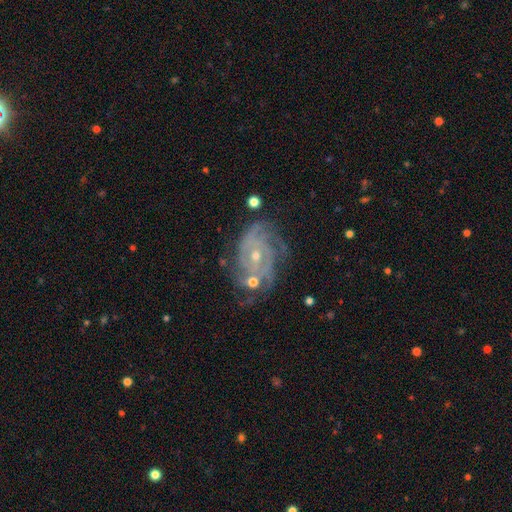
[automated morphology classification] A featured or disk galaxy (86%) with no bar (66%), 3 (26%) tight (69%) spiral arms (97%) and a small central bulge (59%).

Vote fractions:
- Smooth or featured? featured or disk: 86% / star or artifact: 8% / smooth: 6%
- Edge-on disk? no: 97% / yes: 3%
- Bar? no: 66% / weak: 26% / strong: 7%
- Spiral arms? yes: 97% / no: 3%
- Spiral winding? tight: 69% / medium: 26% / loose: 5%
- Spiral arm count? 3: 26% / can't tell: 24% / 4: 18% / 2: 17% / more than 4: 8% / 1: 6%
- Bulge size? small: 59% / moderate: 38% / large: 1% / none: 1% / dominant: 1%
- Merging? none: 59% / minor disturbance: 20% / major disturbance: 11% / merger: 10%